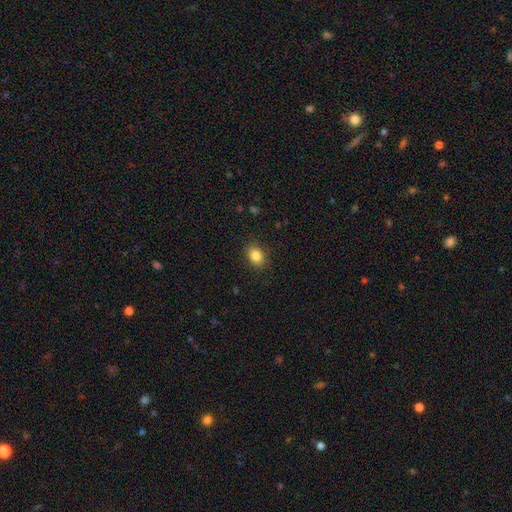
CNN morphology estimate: smooth_or_featured: smooth (p=0.84) [alt: star or artifact p=0.10]
how_rounded: in between (p=0.56) [alt: round p=0.43]
merging: none (p=0.87) [alt: minor disturbance p=0.09]